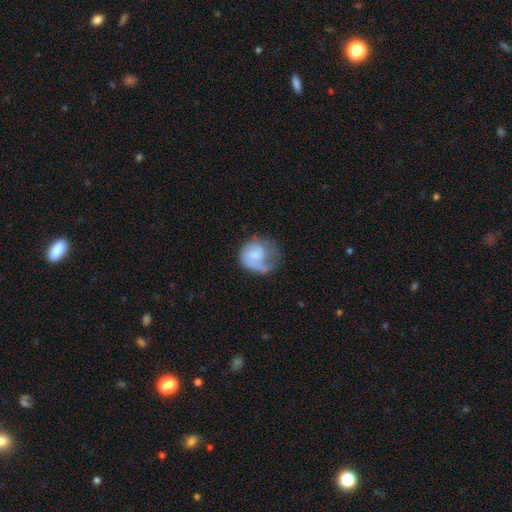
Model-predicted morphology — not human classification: The model was most divided on "smooth or featured": featured or disk: 48%, smooth: 45%, star or artifact: 7%. Remaining: merging — major disturbance (39%).